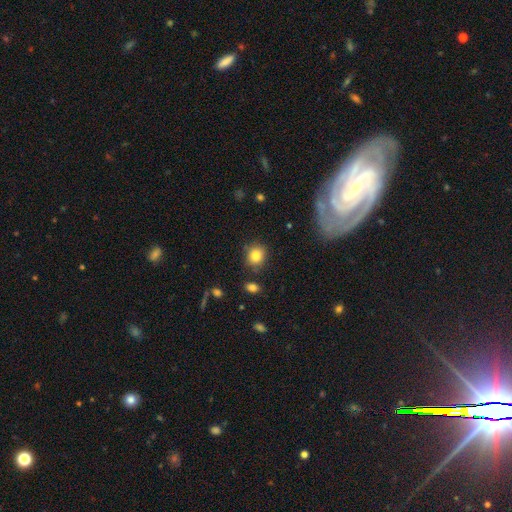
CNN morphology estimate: smooth_or_featured: smooth (p=0.83) [alt: star or artifact p=0.10]
how_rounded: round (p=0.78) [alt: in between p=0.21]
merging: none (p=0.81) [alt: minor disturbance p=0.12]